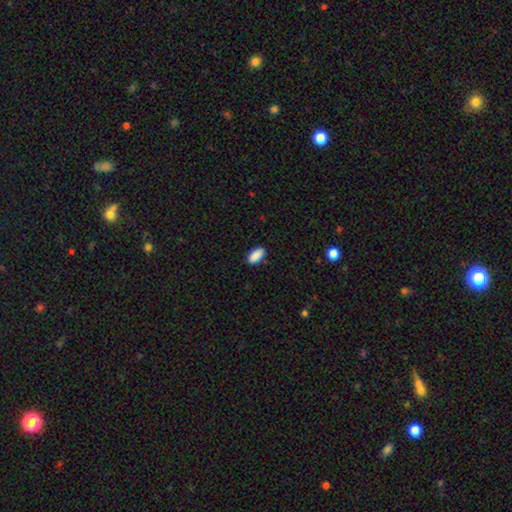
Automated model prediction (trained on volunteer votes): smooth 90%, star or artifact 7%, featured or disk 3%. Down the decision tree: how rounded — in between (92%); merging — none (86%).